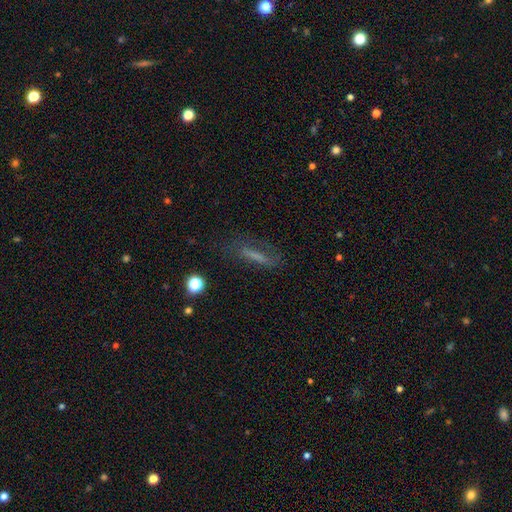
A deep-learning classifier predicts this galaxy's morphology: Smooth or featured: smooth — 52% (featured or disk — 33%)
How rounded: cigar-shaped — 77% (in between — 20%)
Merging: none — 65% (minor disturbance — 19%)